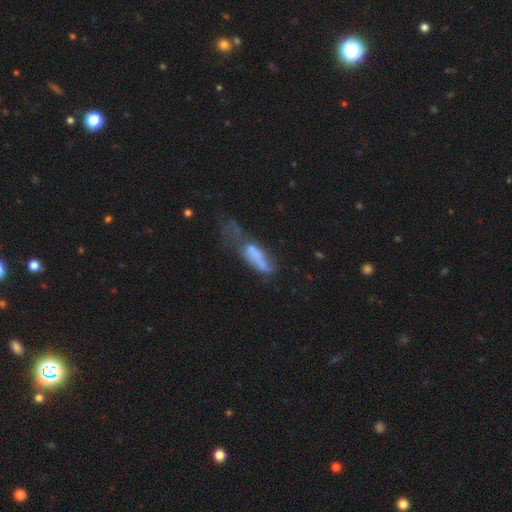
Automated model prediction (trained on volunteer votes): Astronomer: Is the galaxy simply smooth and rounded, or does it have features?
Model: smooth — 57%.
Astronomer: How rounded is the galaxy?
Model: in between — 52% (runner-up: cigar-shaped, 45%).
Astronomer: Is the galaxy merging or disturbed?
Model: major disturbance — 45% (runner-up: minor disturbance, 20%).